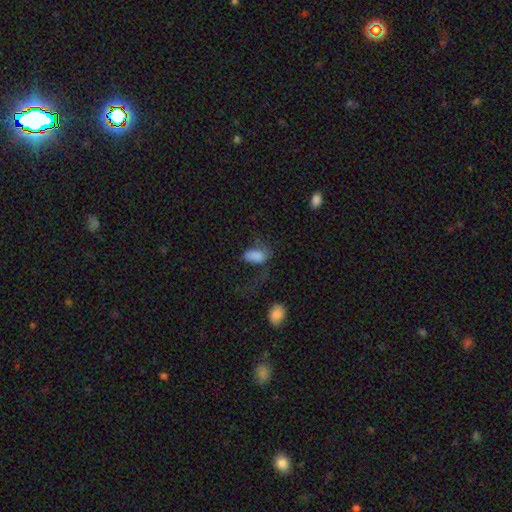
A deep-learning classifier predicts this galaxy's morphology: Overall: smooth (76%). How rounded: in between (91%). Merging: major disturbance (46%; none 27%).